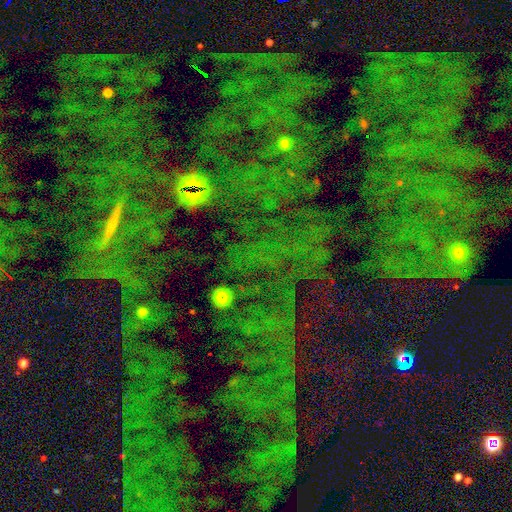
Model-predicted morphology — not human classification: Smooth or featured?
  - star or artifact: 76% *
  - smooth: 13%
  - featured or disk: 11%